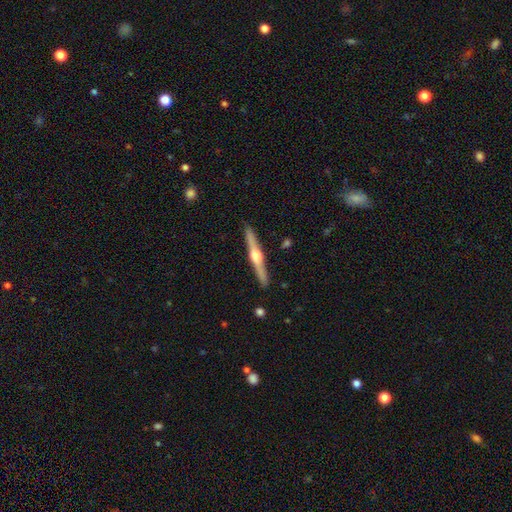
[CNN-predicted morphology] Smooth or featured? Predicted: featured or disk (p=0.78). Edge-on disk? Predicted: yes (p=0.98). Edge-on bulge? Predicted: rounded (p=0.94). Merging? Predicted: none (p=0.90).